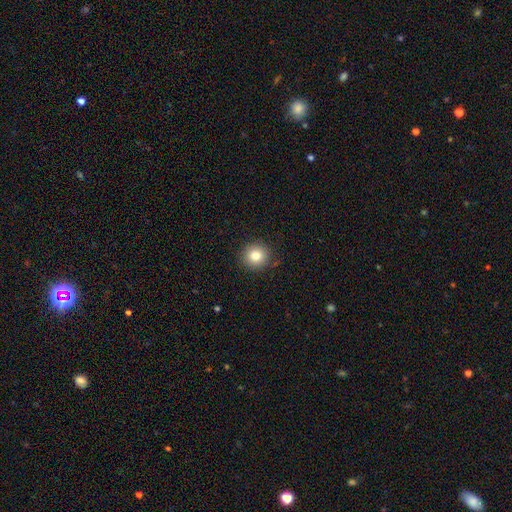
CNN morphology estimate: Overall: smooth (81%). How rounded: round (92%). Merging: none (88%).